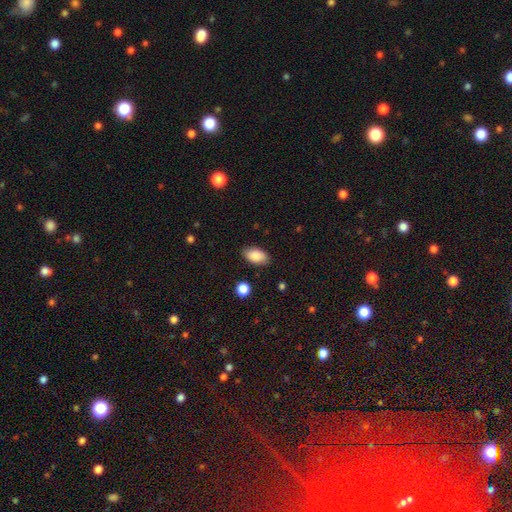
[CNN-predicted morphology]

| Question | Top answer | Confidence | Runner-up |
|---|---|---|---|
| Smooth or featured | smooth | 88% | star or artifact (7%) |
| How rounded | in between | 93% | round (5%) |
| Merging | none | 85% | minor disturbance (11%) |